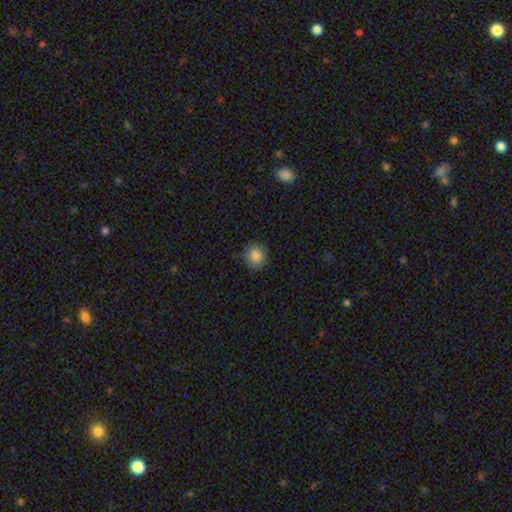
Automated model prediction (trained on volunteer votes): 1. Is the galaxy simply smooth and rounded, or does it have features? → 85% smooth, 10% star or artifact, 5% featured or disk.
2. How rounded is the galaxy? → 89% round, 10% in between, 1% cigar-shaped.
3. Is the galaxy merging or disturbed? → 87% none, 10% minor disturbance, 3% major disturbance, 1% merger.